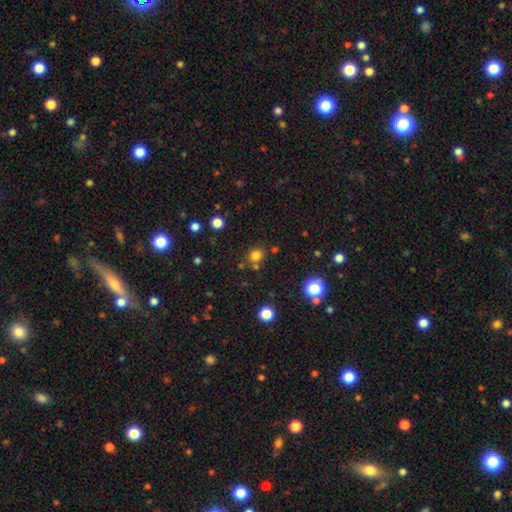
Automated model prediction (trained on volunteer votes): This appears to be a smooth galaxy with no disk features (77%) that is round (86%). Merging: none (76%).